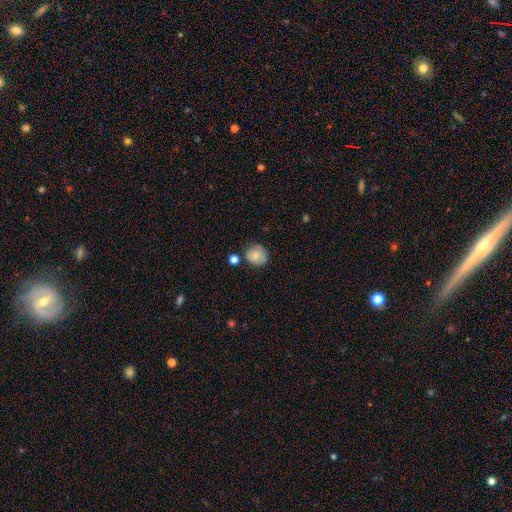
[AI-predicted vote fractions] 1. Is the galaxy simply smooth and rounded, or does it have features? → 74% smooth, 18% featured or disk, 9% star or artifact.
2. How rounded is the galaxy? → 78% round, 21% in between, 1% cigar-shaped.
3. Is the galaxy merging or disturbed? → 66% none, 22% minor disturbance, 7% merger, 5% major disturbance.